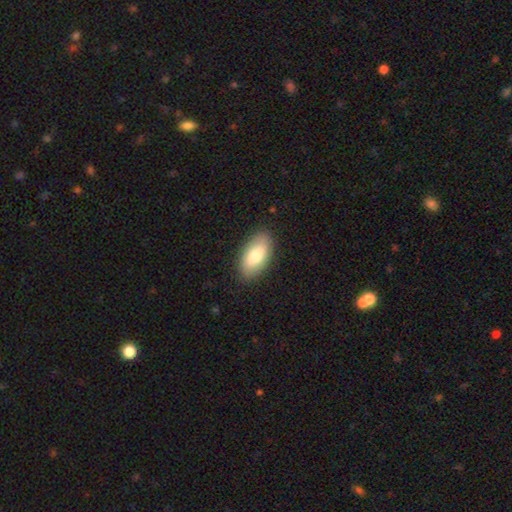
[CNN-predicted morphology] This is likely a smooth galaxy (77%). How rounded: clearly in between (93%). Merging: clearly none (87%).